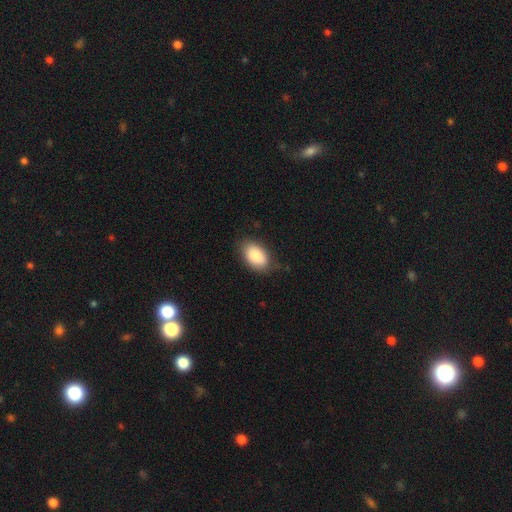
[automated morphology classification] Smooth or featured: smooth — 87% (featured or disk — 6%)
How rounded: in between — 93% (round — 5%)
Merging: none — 76% (minor disturbance — 19%)